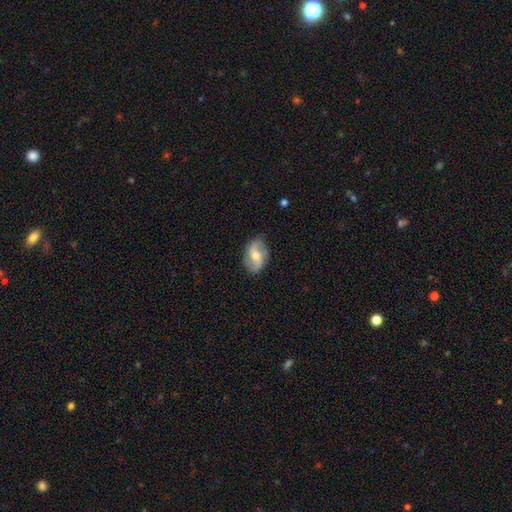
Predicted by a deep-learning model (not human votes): smooth-or-featured: featured or disk: 77% | smooth: 18% | star or artifact: 6%
  disk-edge-on: no: 97% | yes: 3%
    bar: weak: 44% | no: 41% | strong: 16%
    has-spiral-arms: yes: 93% | no: 7%
      spiral-winding: loose: 47% | medium: 39% | tight: 14%
      spiral-arm-count: 2: 90% | can't tell: 4% | 1: 2% | 3: 2% | 4: 1% | more than 4: 1%
    bulge-size: moderate: 64% | small: 29% | large: 4% | none: 2% | dominant: 1%
  merging: none: 82% | minor disturbance: 13% | major disturbance: 4% | merger: 1%